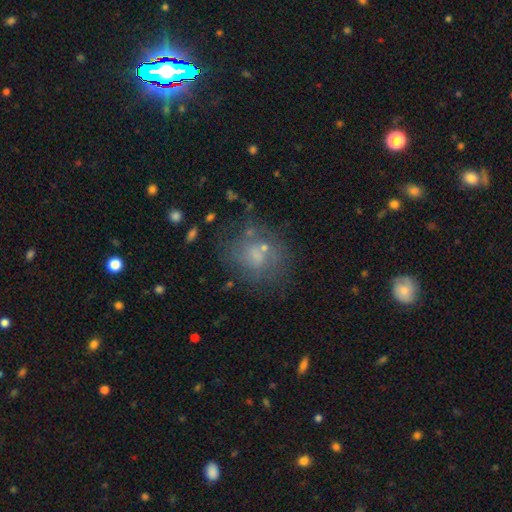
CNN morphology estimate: Q: Smooth or featured?
A: smooth (48%); runner-up: featured or disk (37%)
Q: Merging?
A: none (57%); runner-up: minor disturbance (20%)